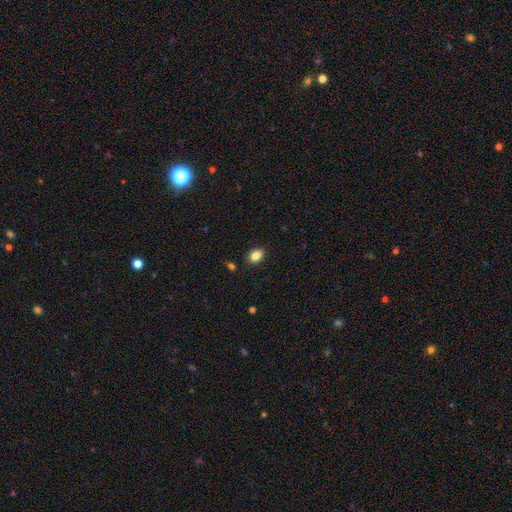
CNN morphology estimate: This is clearly a smooth galaxy (86%). How rounded: likely in between (74%). Merging: clearly none (87%).